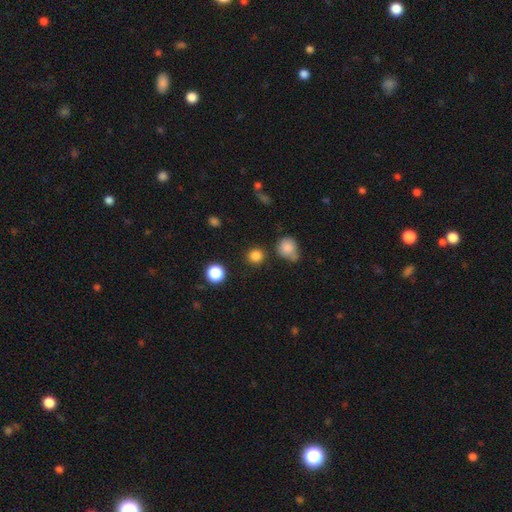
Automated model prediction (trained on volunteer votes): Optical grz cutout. It shows a smooth galaxy with no disk features (83%) that is round (91%). Merging: none (84%).